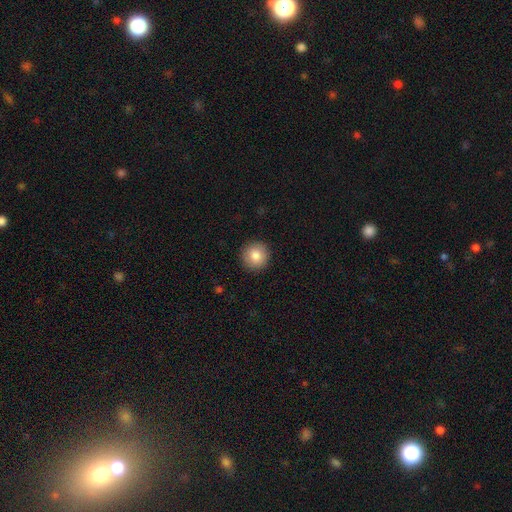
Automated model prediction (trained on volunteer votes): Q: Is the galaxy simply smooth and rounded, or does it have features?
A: smooth — 84%.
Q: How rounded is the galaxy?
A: round — 95%.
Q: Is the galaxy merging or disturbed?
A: none — 92%.